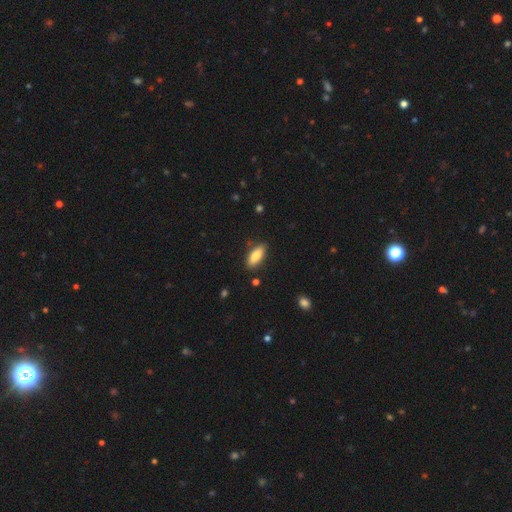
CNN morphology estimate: Overall: smooth (85%). How rounded: in between (78%). Merging: none (85%).